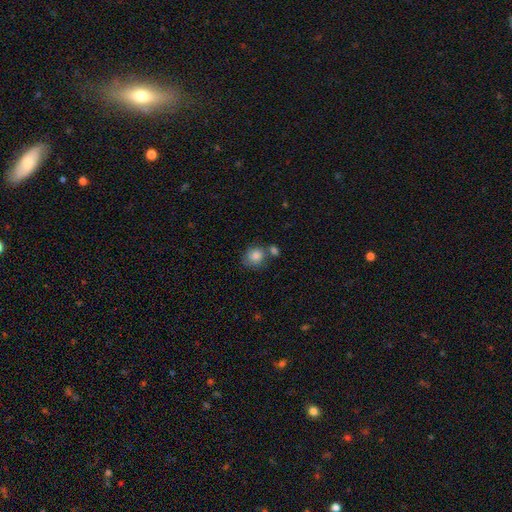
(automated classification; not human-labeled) smooth-or-featured: smooth: 83% | featured or disk: 8% | star or artifact: 8%
  how-rounded: round: 75% | in between: 24% | cigar-shaped: 1%
  merging: none: 52% | merger: 26% | minor disturbance: 16% | major disturbance: 6%